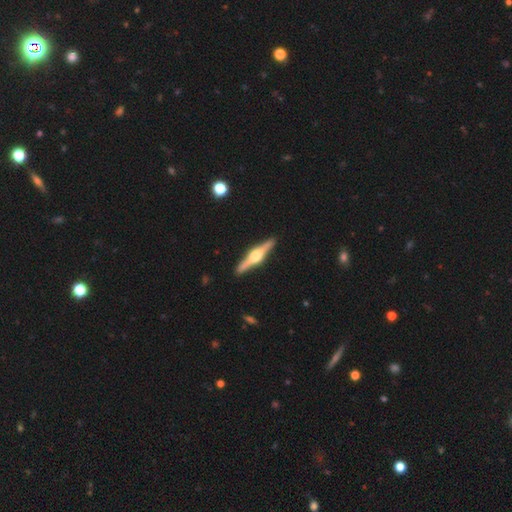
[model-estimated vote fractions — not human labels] Smooth or featured: featured or disk — 79% (smooth — 16%)
Edge-on disk: yes — 98% (no — 2%)
Edge-on bulge: rounded — 94% (boxy — 4%)
Merging: none — 91% (minor disturbance — 6%)